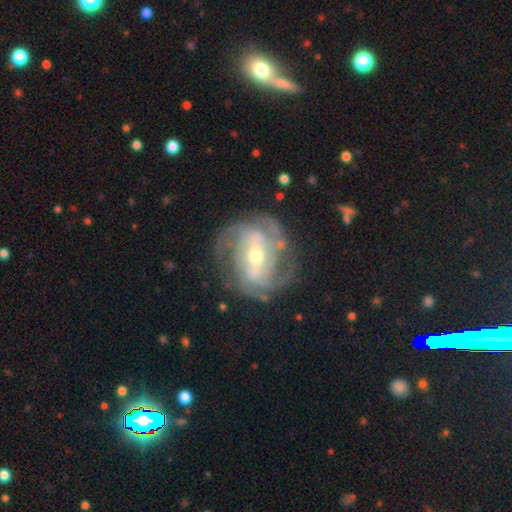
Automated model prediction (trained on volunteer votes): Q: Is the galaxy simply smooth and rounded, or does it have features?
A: featured or disk — 87%.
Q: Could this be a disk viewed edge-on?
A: no — 97%.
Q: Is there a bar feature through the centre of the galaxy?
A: strong — 43%.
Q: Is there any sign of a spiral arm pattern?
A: yes — 94%.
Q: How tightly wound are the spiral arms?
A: tight — 49%.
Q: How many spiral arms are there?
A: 2 — 36%.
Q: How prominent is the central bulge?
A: moderate — 51%.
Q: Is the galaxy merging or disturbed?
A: none — 73%.